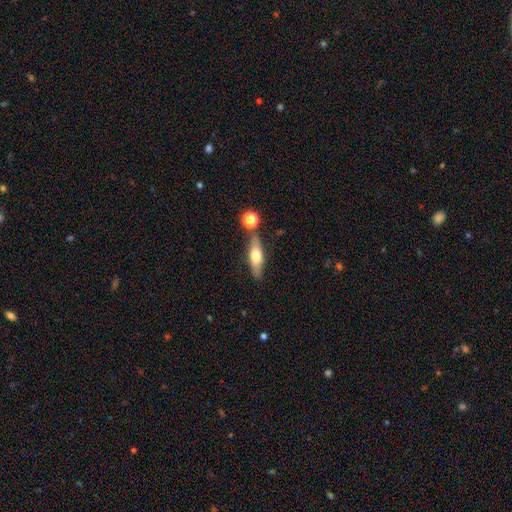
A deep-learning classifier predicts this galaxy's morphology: Overall: smooth (54%; featured or disk 39%). How rounded: cigar-shaped (54%; in between 43%). Merging: none (71%).